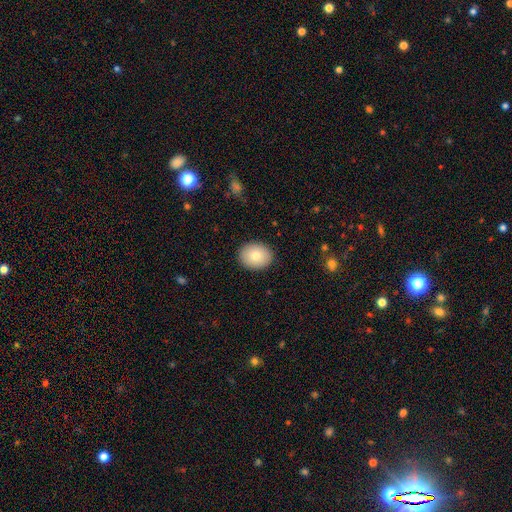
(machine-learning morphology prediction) Smooth or featured? Predicted: smooth (p=0.80). How rounded? Predicted: round (p=0.57). Merging? Predicted: none (p=0.90).